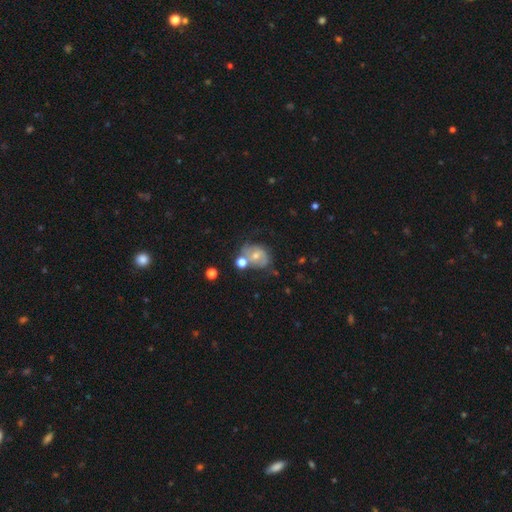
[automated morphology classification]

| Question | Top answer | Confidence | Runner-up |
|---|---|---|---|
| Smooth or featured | smooth | 45% | featured or disk (44%) |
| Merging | none | 45% | minor disturbance (23%) |